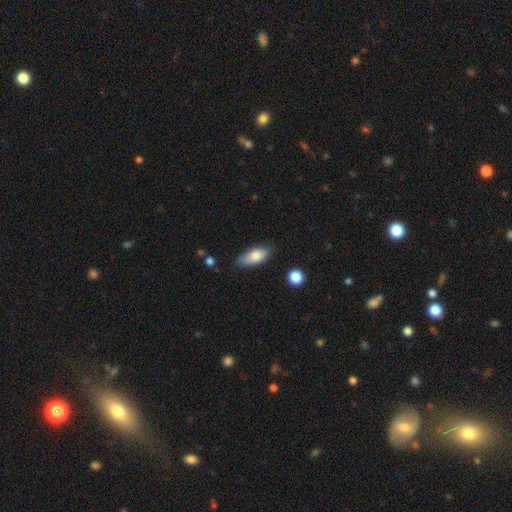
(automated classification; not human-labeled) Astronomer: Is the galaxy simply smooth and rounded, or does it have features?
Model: smooth — 78%.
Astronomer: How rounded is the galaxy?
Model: in between — 84%.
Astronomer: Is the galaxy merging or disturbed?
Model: none — 66%.